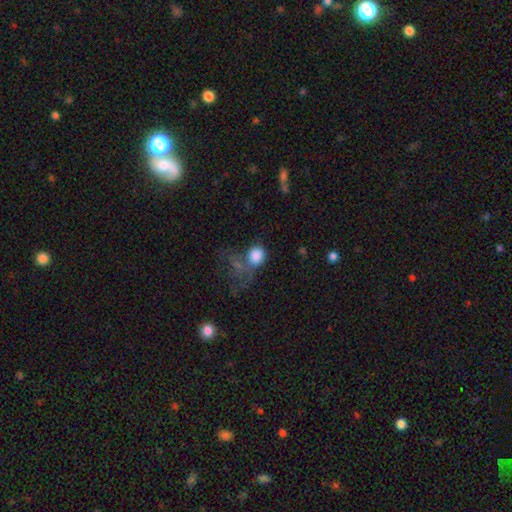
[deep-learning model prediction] Q: Smooth or featured?
A: smooth (81%); runner-up: star or artifact (10%)
Q: How rounded?
A: round (71%); runner-up: in between (28%)
Q: Merging?
A: none (33%); runner-up: major disturbance (25%)